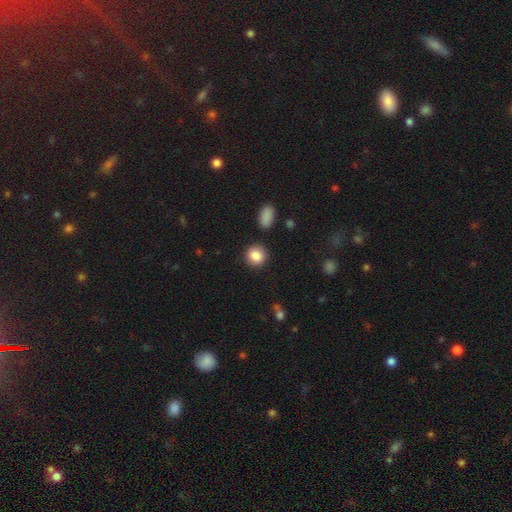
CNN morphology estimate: Overall: smooth (87%). How rounded: round (84%). Merging: none (88%).